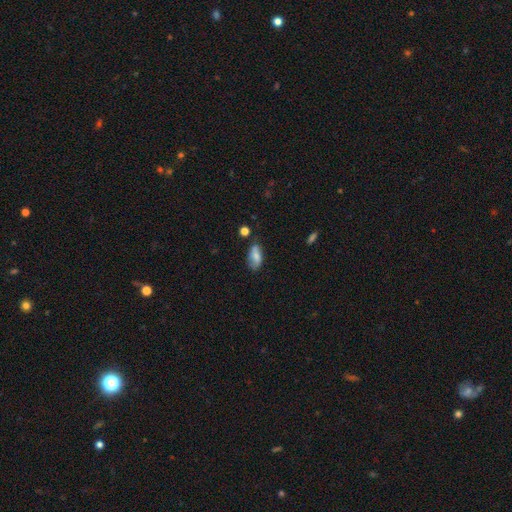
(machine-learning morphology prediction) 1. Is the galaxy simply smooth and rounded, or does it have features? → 68% smooth, 24% featured or disk, 8% star or artifact.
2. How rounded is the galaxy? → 89% in between, 7% cigar-shaped, 4% round.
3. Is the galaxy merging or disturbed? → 60% none, 28% minor disturbance, 7% major disturbance, 5% merger.